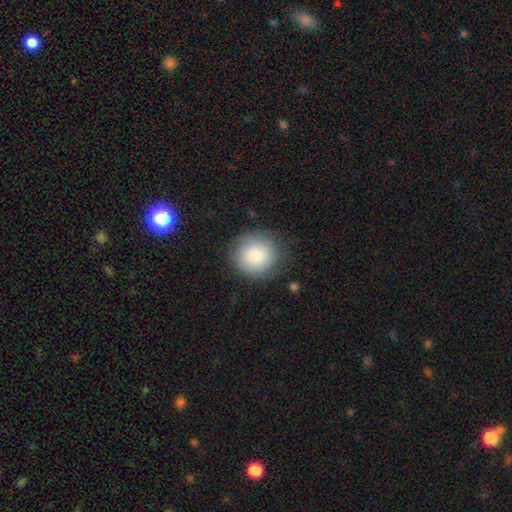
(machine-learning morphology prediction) The model was most divided on "merging": none: 80%, minor disturbance: 14%, major disturbance: 5%, merger: 1%. More confident: how rounded — round (89%); smooth or featured — smooth (84%).